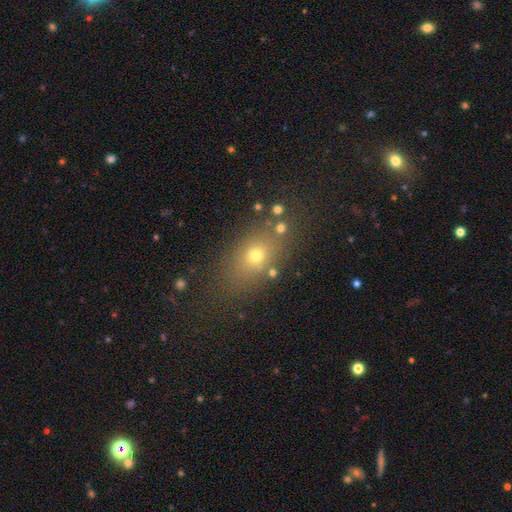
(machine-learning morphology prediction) Smooth or featured? smooth (66%)
How rounded? in between (65%)
Merging? none (75%)